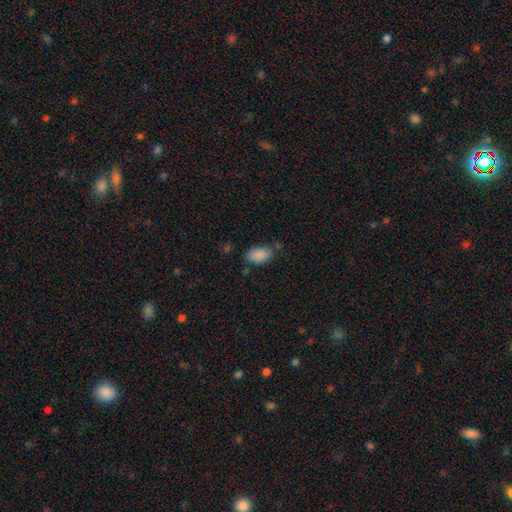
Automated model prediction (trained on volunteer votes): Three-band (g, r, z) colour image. It shows a smooth galaxy with no disk features (88%) that is in between round and cigar-shaped (93%). Merging: none (71%).